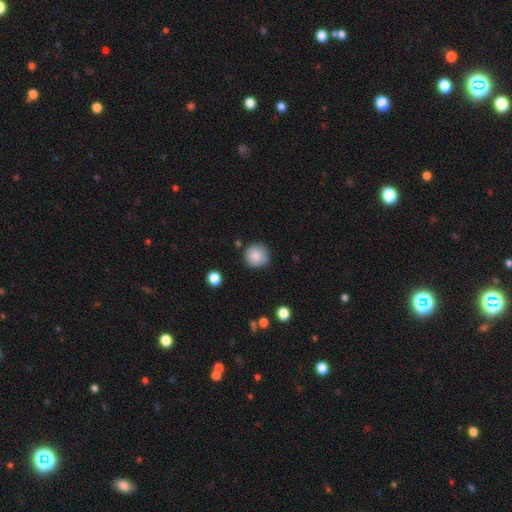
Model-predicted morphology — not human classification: This is clearly a smooth galaxy (85%). How rounded: clearly round (94%). Merging: clearly none (81%).